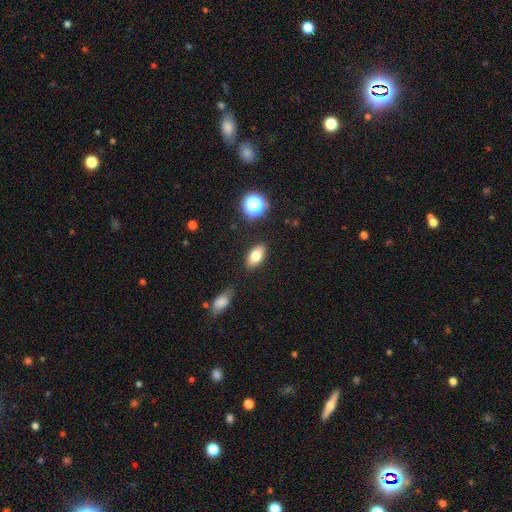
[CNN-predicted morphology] A smooth galaxy with no disk features (78%) that is in between round and cigar-shaped (88%).

Vote fractions:
- Smooth or featured? smooth: 78% / featured or disk: 12% / star or artifact: 10%
- How rounded? in between: 88% / round: 7% / cigar-shaped: 4%
- Merging? none: 84% / minor disturbance: 11% / major disturbance: 3% / merger: 3%